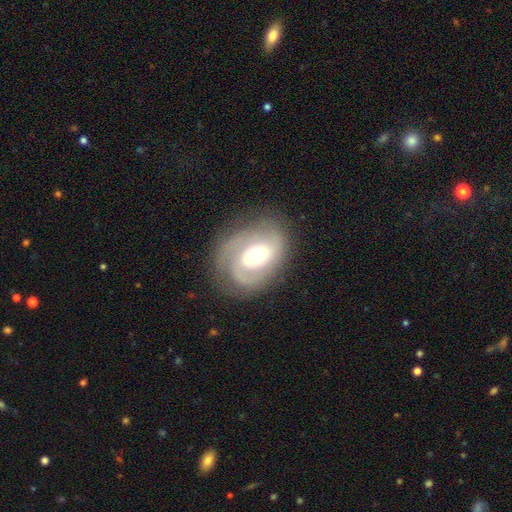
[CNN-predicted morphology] Smooth or featured?
  - featured or disk: 80% *
  - smooth: 15%
  - star or artifact: 6%
Edge-on disk?
  - no: 97% *
  - yes: 3%
Bar?
  - no: 57% *
  - weak: 33%
  - strong: 10%
Spiral arms?
  - yes: 93% *
  - no: 7%
Spiral winding?
  - tight: 52% *
  - medium: 36%
  - loose: 11%
Spiral arm count?
  - 2: 56% *
  - can't tell: 16%
  - 3: 13%
  - 1: 11%
  - 4: 3%
  - more than 4: 2%
Bulge size?
  - moderate: 67% *
  - small: 18%
  - large: 13%
  - dominant: 1%
  - none: 1%
Merging?
  - none: 74% *
  - minor disturbance: 16%
  - major disturbance: 8%
  - merger: 1%